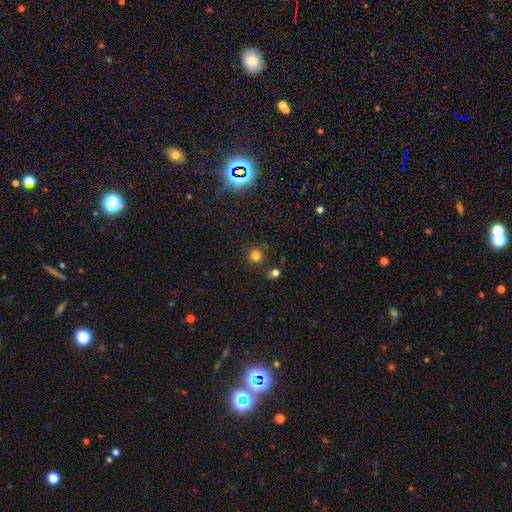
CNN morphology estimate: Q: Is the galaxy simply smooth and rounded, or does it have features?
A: smooth — 79%.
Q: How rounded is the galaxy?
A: round — 93%.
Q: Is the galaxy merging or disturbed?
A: none — 84%.